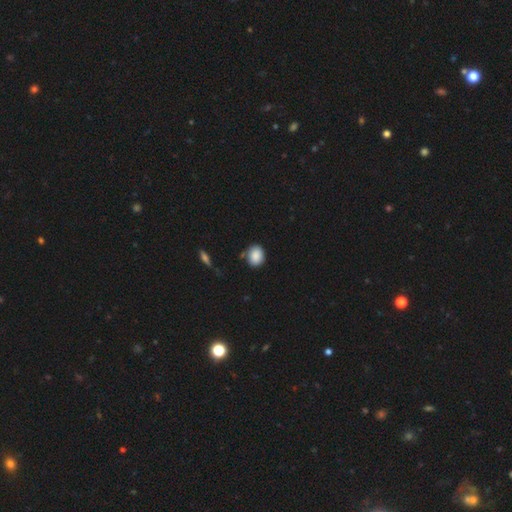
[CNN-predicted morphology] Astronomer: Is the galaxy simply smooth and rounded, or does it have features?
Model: smooth — 88%.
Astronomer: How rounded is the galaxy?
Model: in between — 50% (runner-up: round, 49%).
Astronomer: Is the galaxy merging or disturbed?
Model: none — 77%.